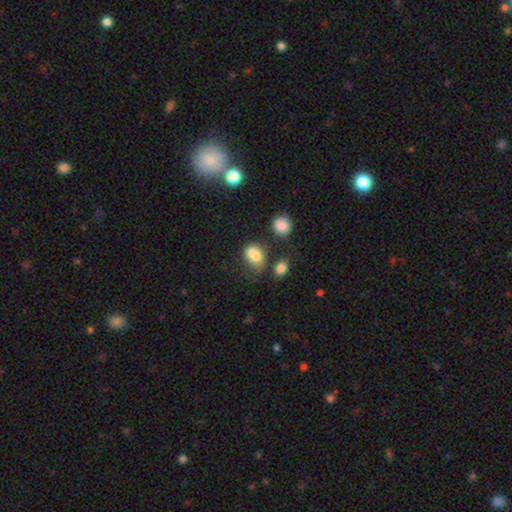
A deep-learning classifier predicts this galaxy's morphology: Smooth or featured? Predicted: smooth (p=0.75). How rounded? Predicted: in between (p=0.64). Merging? Predicted: none (p=0.35).